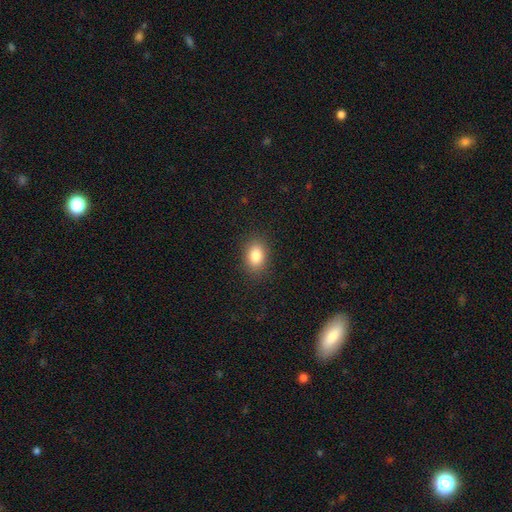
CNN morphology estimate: type=smooth (85%); roundness=in between (78%); merging=none (87%).